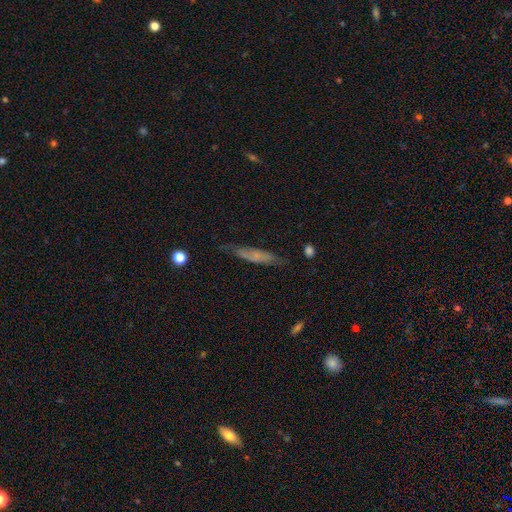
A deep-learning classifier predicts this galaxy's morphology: This is possibly a smooth galaxy (52%). How rounded: clearly cigar-shaped (84%). Merging: likely none (69%).